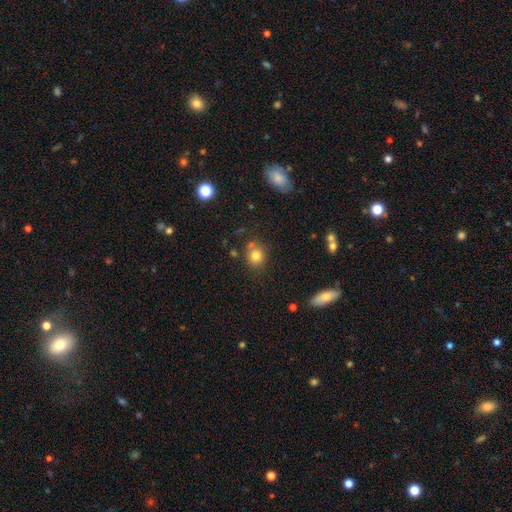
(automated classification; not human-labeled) This appears to be a smooth galaxy with no disk features (80%) that is round (77%). Merging: none (71%).